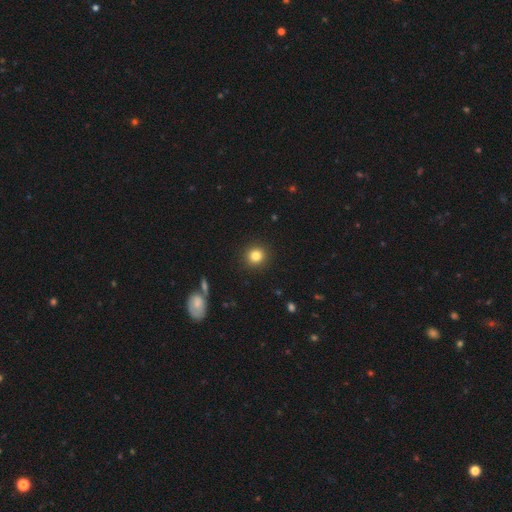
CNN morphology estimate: The model was most divided on "smooth or featured": smooth: 83%, star or artifact: 11%, featured or disk: 6%. More confident: merging — none (92%); how rounded — round (91%).